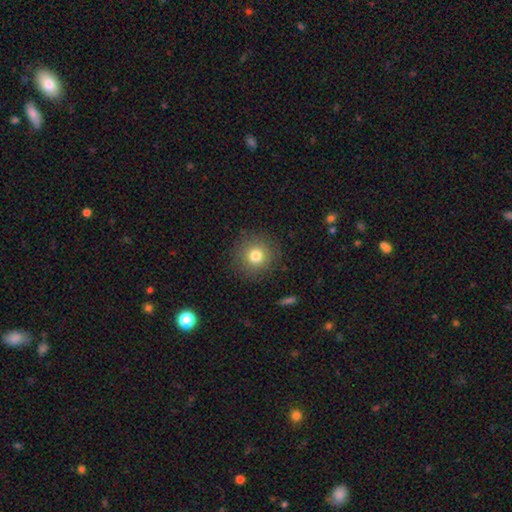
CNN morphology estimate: Smooth or featured?
  - smooth: 79% *
  - star or artifact: 12%
  - featured or disk: 9%
How rounded?
  - round: 93% *
  - in between: 6%
  - cigar-shaped: 1%
Merging?
  - none: 89% *
  - minor disturbance: 7%
  - major disturbance: 3%
  - merger: 1%